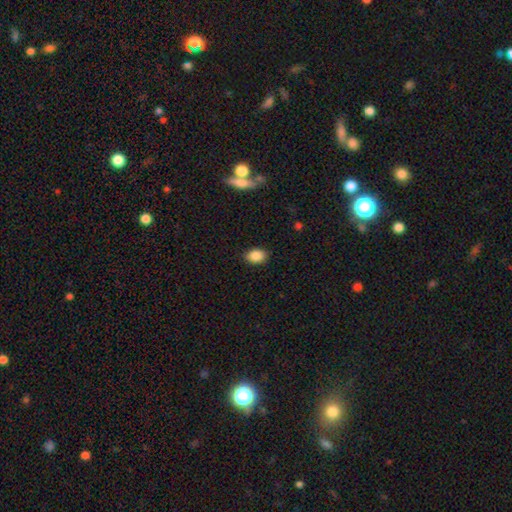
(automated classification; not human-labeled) A smooth galaxy with no disk features (87%) that is in between round and cigar-shaped (79%).

Vote fractions:
- Smooth or featured? smooth: 87% / star or artifact: 9% / featured or disk: 5%
- How rounded? in between: 79% / round: 20% / cigar-shaped: 1%
- Merging? none: 85% / minor disturbance: 11% / major disturbance: 2% / merger: 1%